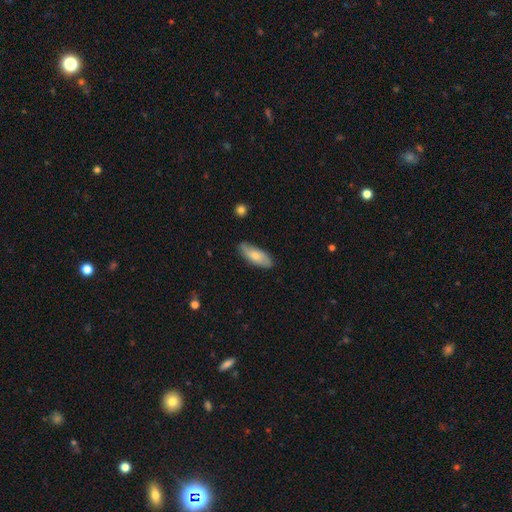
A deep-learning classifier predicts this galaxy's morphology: The model was most divided on "smooth or featured": smooth: 66%, featured or disk: 28%, star or artifact: 6%. More confident: merging — none (81%); how rounded — in between (76%).